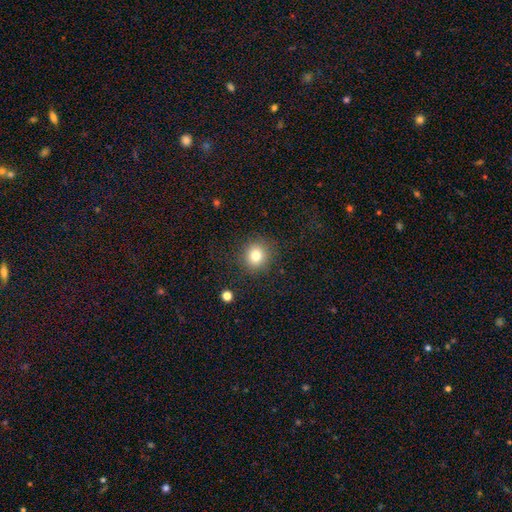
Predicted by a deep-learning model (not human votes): Smooth or featured: smooth — 79% (star or artifact — 12%)
How rounded: round — 88% (in between — 11%)
Merging: none — 87% (minor disturbance — 8%)